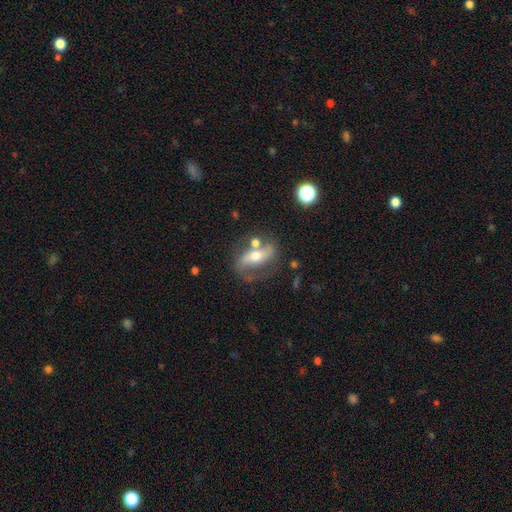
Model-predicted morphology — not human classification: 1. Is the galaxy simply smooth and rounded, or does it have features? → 74% featured or disk, 19% smooth, 8% star or artifact.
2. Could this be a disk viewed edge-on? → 89% no, 11% yes.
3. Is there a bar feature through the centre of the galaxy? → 40% strong, 32% no, 28% weak.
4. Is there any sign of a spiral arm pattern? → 84% yes, 16% no.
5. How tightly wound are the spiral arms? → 51% loose, 36% medium, 13% tight.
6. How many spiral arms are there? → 86% 2, 6% 1, 5% can't tell, 1% 3, 1% 4, 1% more than 4.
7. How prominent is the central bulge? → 65% moderate, 21% small, 10% large, 2% none, 2% dominant.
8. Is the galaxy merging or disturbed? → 60% none, 17% minor disturbance, 12% merger, 11% major disturbance.